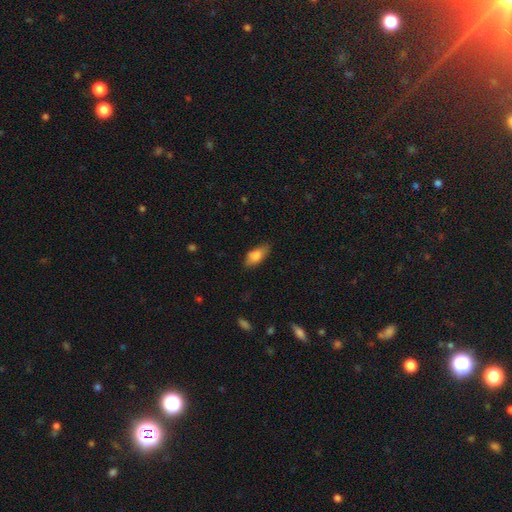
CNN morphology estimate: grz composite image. It shows a smooth galaxy with no disk features (79%) that is in between round and cigar-shaped (82%). Merging: none (78%).